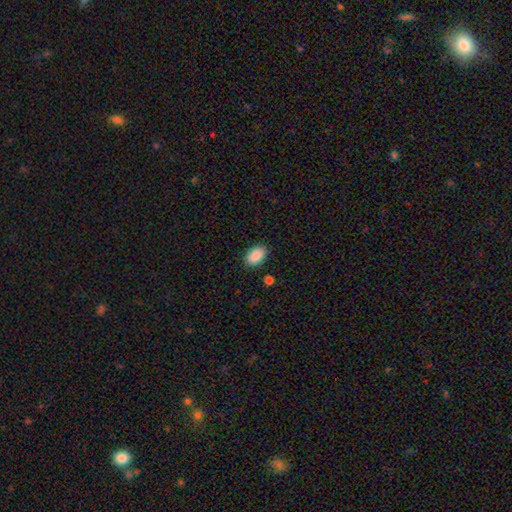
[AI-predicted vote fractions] This appears to be a smooth galaxy with no disk features (90%) that is in between round and cigar-shaped (92%). Merging: none (88%).